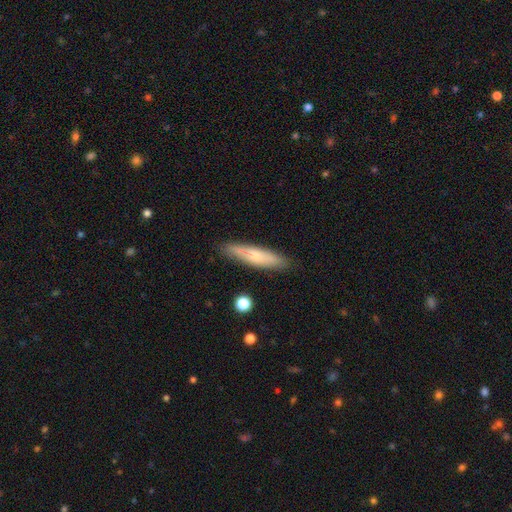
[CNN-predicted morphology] smooth-or-featured: smooth: 63% | featured or disk: 31% | star or artifact: 7%
  how-rounded: cigar-shaped: 85% | in between: 13% | round: 2%
  merging: none: 84% | minor disturbance: 11% | major disturbance: 2% | merger: 2%